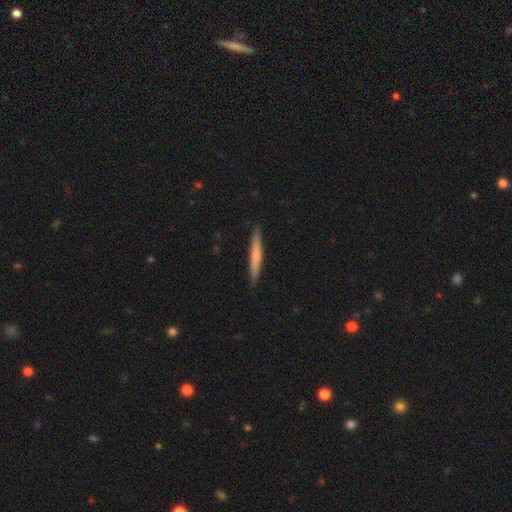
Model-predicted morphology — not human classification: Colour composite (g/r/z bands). It shows a smooth galaxy with no disk features (66%) that is cigar-shaped (96%). Merging: none (91%).